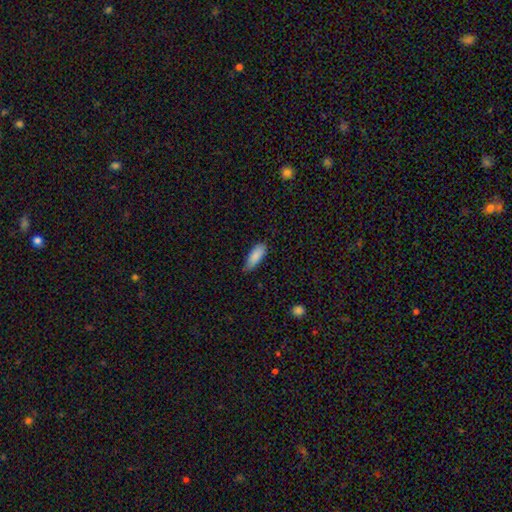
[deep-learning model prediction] smooth 88%, featured or disk 6%, star or artifact 6%. Down the decision tree: how rounded — in between (70%); merging — none (75%).